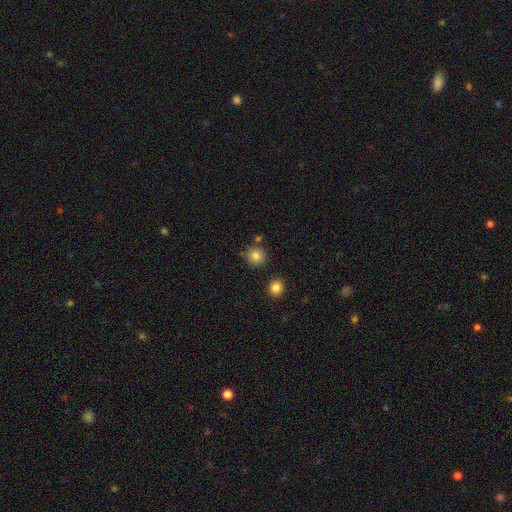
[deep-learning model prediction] This is clearly a smooth galaxy (84%). How rounded: clearly round (92%). Merging: clearly none (83%).